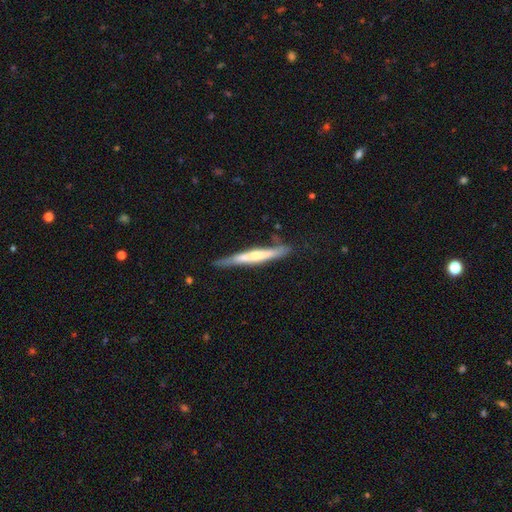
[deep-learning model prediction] A featured or disk galaxy (56%) viewed edge-on (94%) with no central bulge (42%).

Vote fractions:
- Smooth or featured? featured or disk: 56% / smooth: 39% / star or artifact: 5%
- Edge-on disk? yes: 94% / no: 6%
- Edge-on bulge? none: 42% / rounded: 36% / boxy: 22%
- Merging? none: 75% / minor disturbance: 19% / major disturbance: 4% / merger: 3%